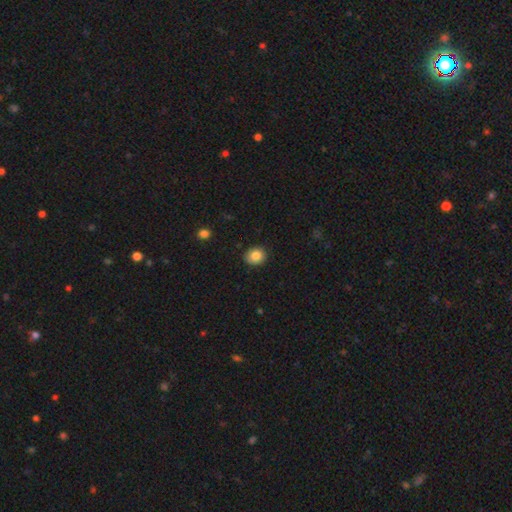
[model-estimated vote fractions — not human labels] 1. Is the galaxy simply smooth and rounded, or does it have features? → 84% smooth, 9% star or artifact, 7% featured or disk.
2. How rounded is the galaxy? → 70% round, 29% in between, 1% cigar-shaped.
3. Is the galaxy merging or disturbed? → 86% none, 11% minor disturbance, 2% major disturbance, 1% merger.